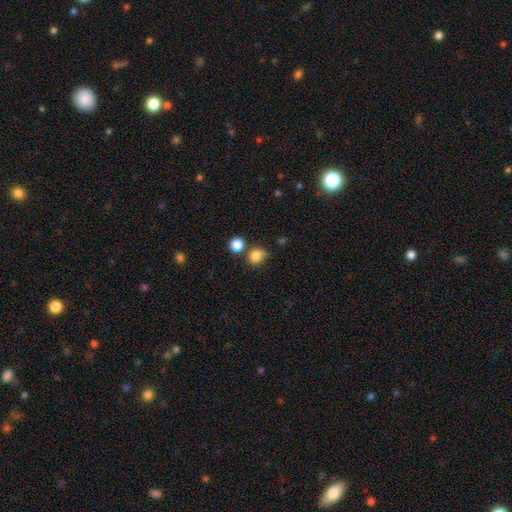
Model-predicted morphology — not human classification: Smooth or featured: smooth — 82% (star or artifact — 12%)
How rounded: round — 75% (in between — 23%)
Merging: none — 59% (minor disturbance — 20%)